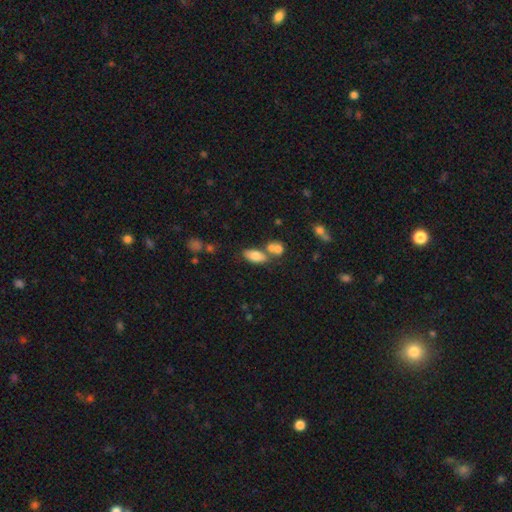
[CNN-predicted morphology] Smooth or featured?
  - smooth: 79% *
  - featured or disk: 13%
  - star or artifact: 8%
How rounded?
  - in between: 89% *
  - cigar-shaped: 6%
  - round: 5%
Merging?
  - none: 53% *
  - merger: 31%
  - minor disturbance: 12%
  - major disturbance: 5%